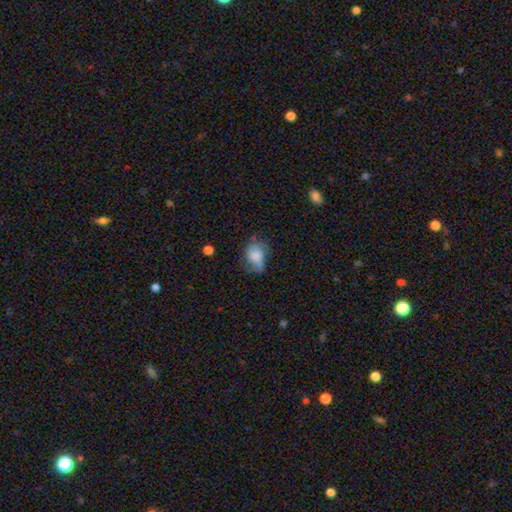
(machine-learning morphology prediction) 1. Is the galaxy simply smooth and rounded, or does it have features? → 59% smooth, 33% featured or disk, 9% star or artifact.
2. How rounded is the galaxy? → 62% in between, 37% round, 1% cigar-shaped.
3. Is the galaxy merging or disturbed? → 40% none, 31% minor disturbance, 25% major disturbance, 4% merger.